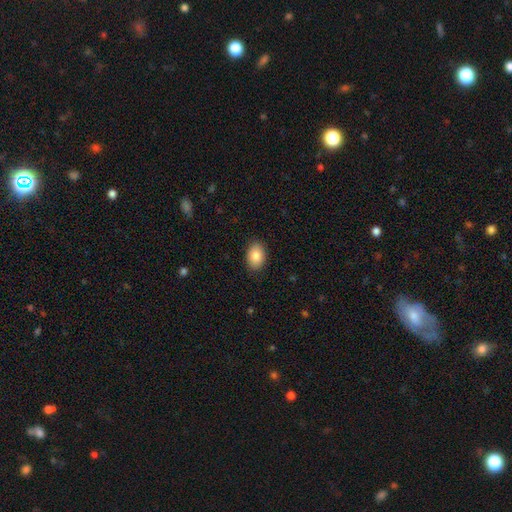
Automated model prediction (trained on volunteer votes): smooth 86%, star or artifact 7%, featured or disk 7%. Down the decision tree: how rounded — in between (82%); merging — none (88%).